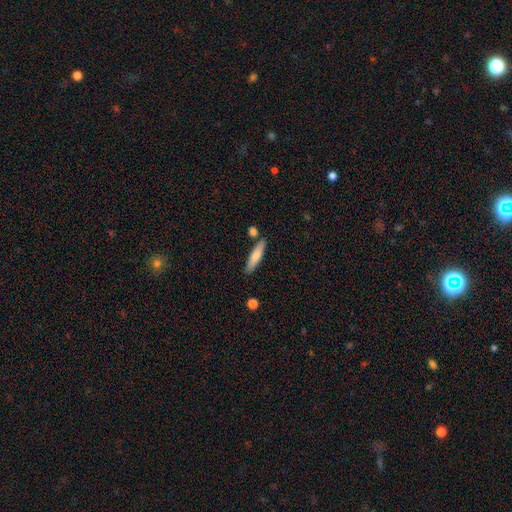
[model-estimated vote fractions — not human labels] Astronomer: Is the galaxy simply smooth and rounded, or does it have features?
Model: smooth — 72%.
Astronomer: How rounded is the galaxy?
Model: cigar-shaped — 80%.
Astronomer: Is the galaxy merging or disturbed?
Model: none — 82%.